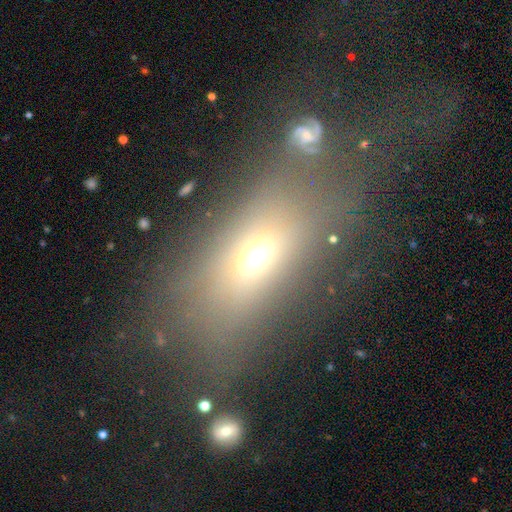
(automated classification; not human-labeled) This appears to be a smooth galaxy with no disk features (45%). Merging: none (48%).